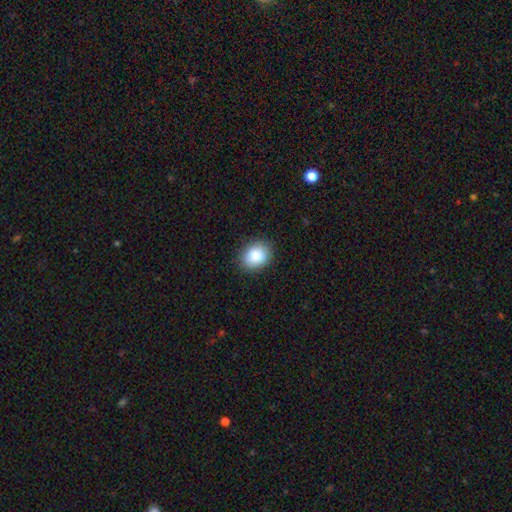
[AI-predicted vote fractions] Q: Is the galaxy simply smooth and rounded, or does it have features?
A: smooth — 86%.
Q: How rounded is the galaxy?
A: round — 52%.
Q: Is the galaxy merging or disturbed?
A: none — 88%.